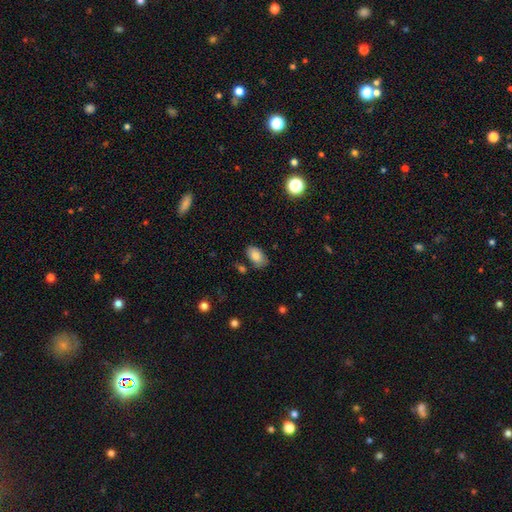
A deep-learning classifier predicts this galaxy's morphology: Smooth or featured: smooth — 81% (featured or disk — 11%)
How rounded: in between — 92% (round — 7%)
Merging: none — 73% (minor disturbance — 18%)